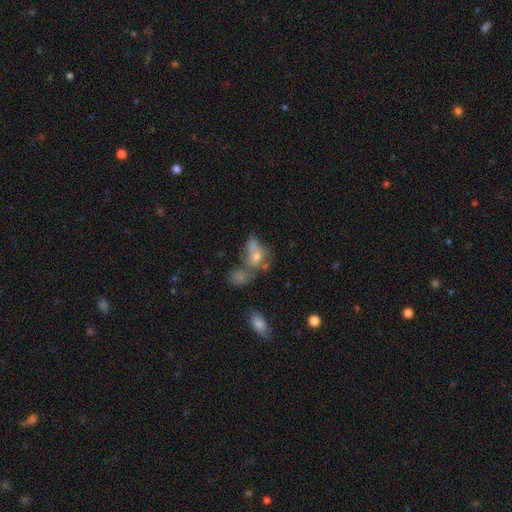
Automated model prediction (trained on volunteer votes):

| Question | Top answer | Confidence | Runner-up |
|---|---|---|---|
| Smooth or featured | smooth | 51% | featured or disk (32%) |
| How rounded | in between | 71% | round (22%) |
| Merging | merger | 35% | none (29%) |